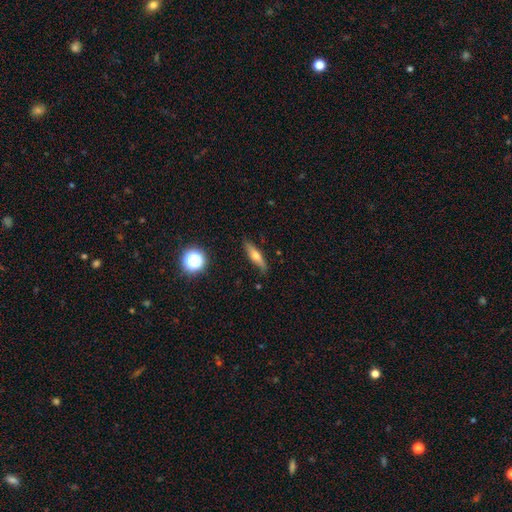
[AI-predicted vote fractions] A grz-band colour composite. It shows a smooth galaxy with no disk features (48%). Merging: none (85%).